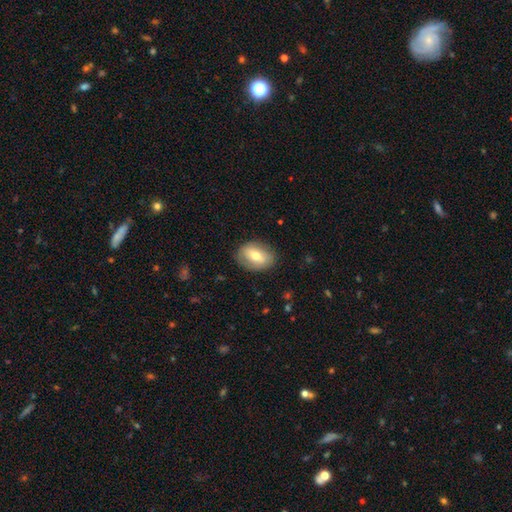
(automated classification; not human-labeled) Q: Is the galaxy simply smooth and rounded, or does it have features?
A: smooth — 61%.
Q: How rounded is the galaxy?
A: in between — 77%.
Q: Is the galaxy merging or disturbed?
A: none — 82%.